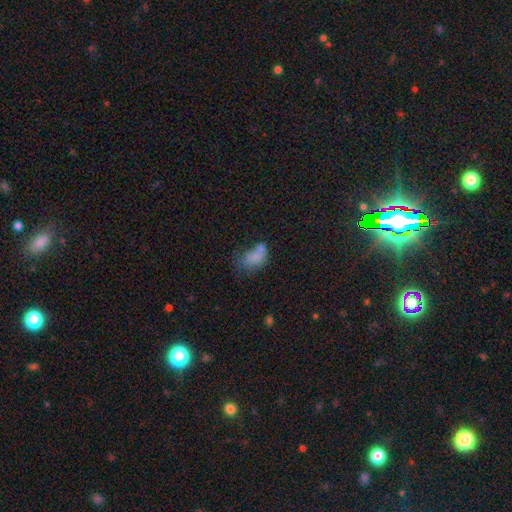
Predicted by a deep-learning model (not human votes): A smooth galaxy with no disk features (69%) that is in between round and cigar-shaped (83%). Merging: merger (29%).